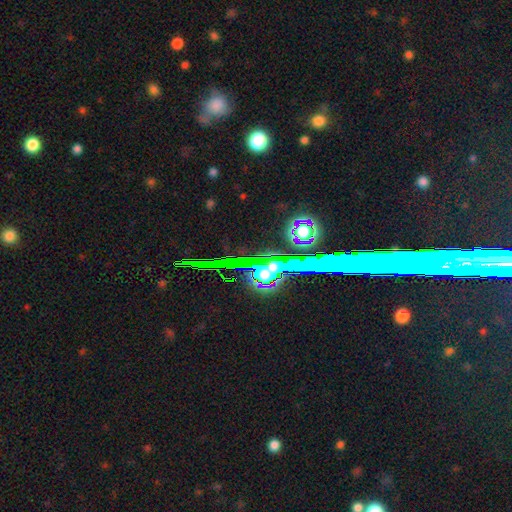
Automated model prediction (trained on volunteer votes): Overall: star or artifact (74%).